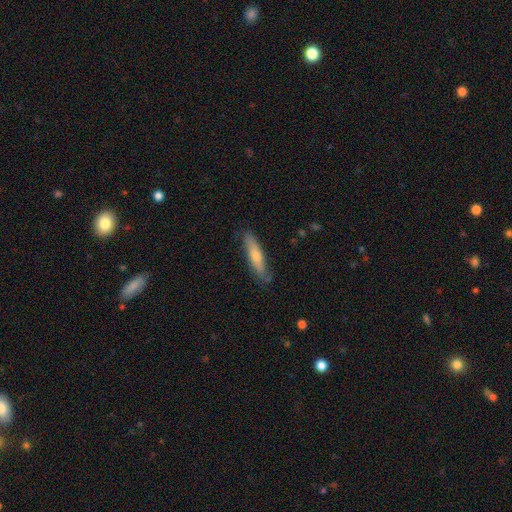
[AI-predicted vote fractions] A smooth galaxy with no disk features (62%) that is cigar-shaped (83%). Merging: none (78%).